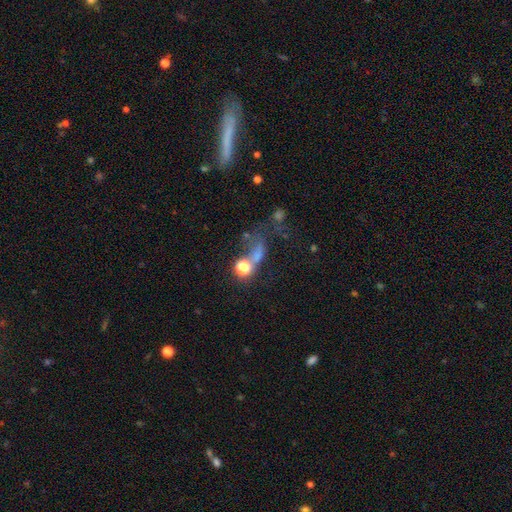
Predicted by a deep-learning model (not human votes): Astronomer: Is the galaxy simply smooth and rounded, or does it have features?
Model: smooth — 45% (runner-up: star or artifact, 34%).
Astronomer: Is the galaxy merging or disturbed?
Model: none — 37% (runner-up: merger, 25%).